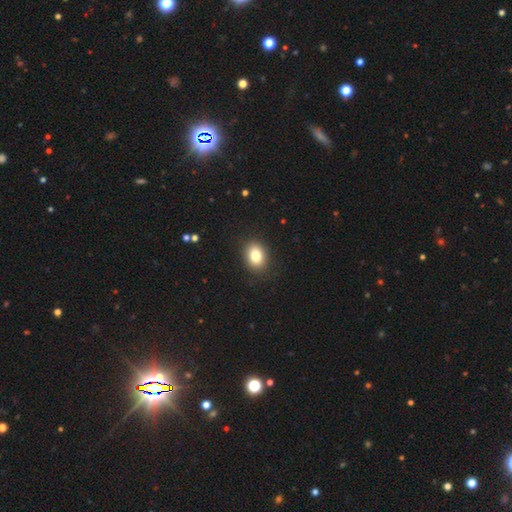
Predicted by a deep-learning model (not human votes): Smooth or featured? Predicted: smooth (p=0.82). How rounded? Predicted: in between (p=0.66). Merging? Predicted: none (p=0.89).